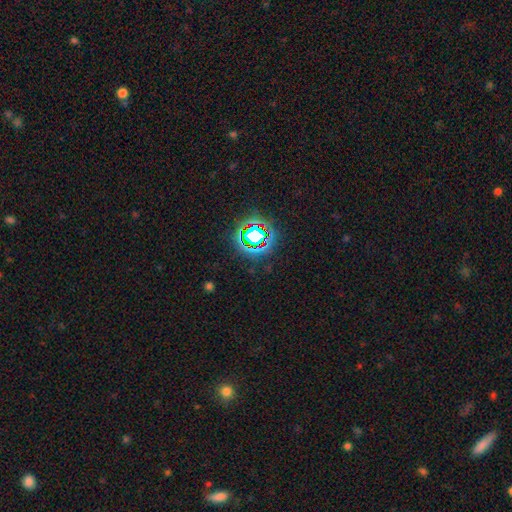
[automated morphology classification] Smooth or featured? Predicted: star or artifact (p=0.71).